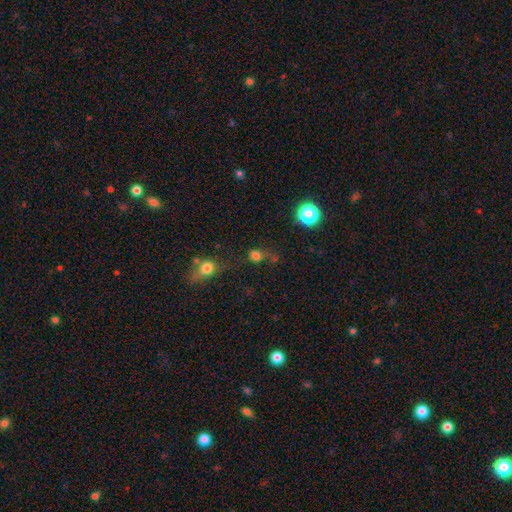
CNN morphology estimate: This appears to be a smooth galaxy with no disk features (70%) that is round (73%). Merging: none (45%).